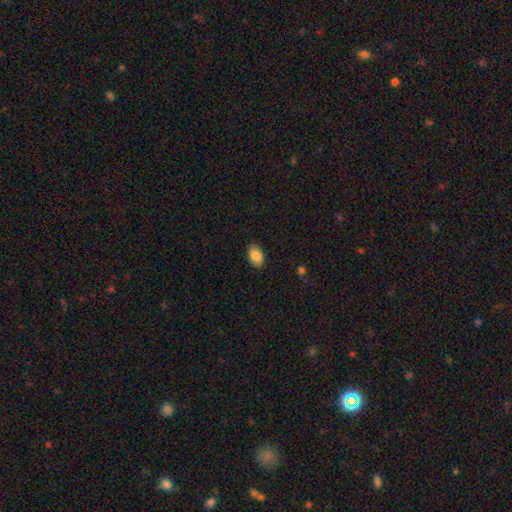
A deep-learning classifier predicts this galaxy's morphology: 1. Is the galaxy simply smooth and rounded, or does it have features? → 86% smooth, 7% star or artifact, 6% featured or disk.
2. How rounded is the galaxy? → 90% in between, 8% round, 1% cigar-shaped.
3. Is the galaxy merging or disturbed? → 86% none, 11% minor disturbance, 2% major disturbance, 1% merger.